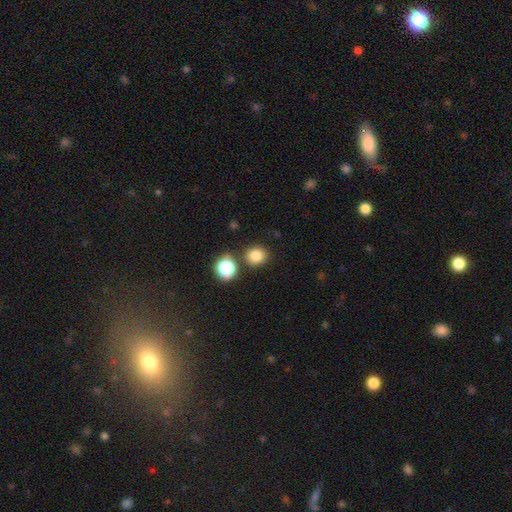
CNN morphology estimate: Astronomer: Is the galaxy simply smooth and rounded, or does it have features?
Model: smooth — 81%.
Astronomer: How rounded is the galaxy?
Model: round — 84%.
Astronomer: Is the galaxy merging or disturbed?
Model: none — 80%.